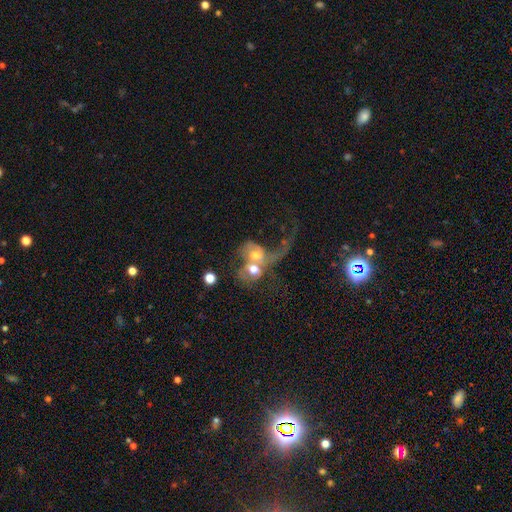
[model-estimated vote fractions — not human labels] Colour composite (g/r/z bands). It shows a featured or disk galaxy (57%) with no bar (73%), spiral arms (66%) and a moderate central bulge (57%). Merging: merger (71%).